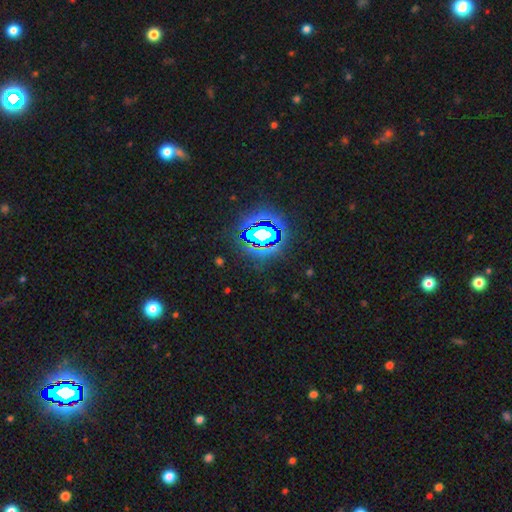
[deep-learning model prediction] Smooth or featured? star or artifact (85%)